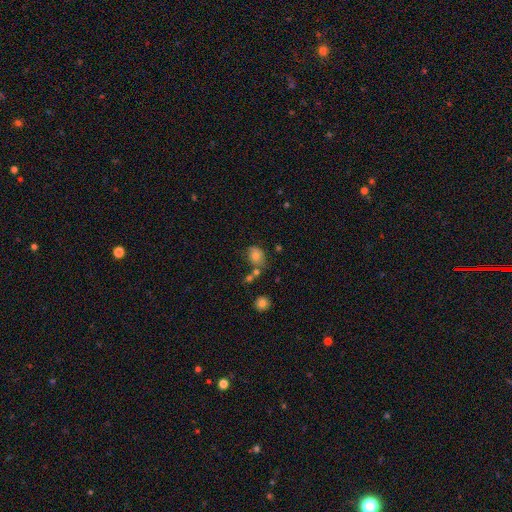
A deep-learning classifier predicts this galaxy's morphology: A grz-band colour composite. It shows a smooth galaxy with no disk features (74%) that is in between round and cigar-shaped (60%). Merging: none (56%).